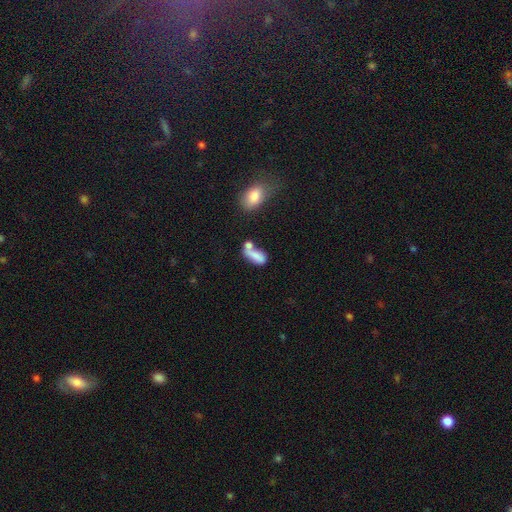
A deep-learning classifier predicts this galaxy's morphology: Overall: smooth (72%). How rounded: in between (77%). Merging: merger (46%; none 27%).